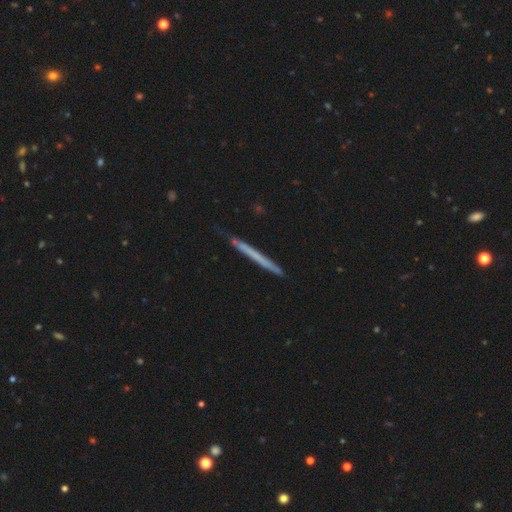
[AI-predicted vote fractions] This is possibly a smooth galaxy (50%). Merging: clearly none (85%).